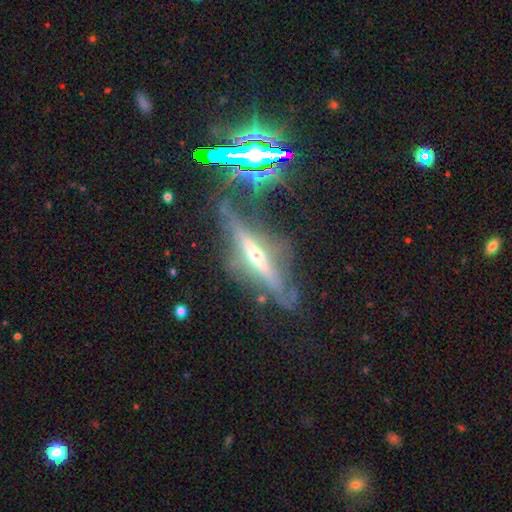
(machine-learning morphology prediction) Q: Smooth or featured?
A: featured or disk (74%); runner-up: star or artifact (13%)
Q: Edge-on disk?
A: yes (88%); runner-up: no (12%)
Q: Edge-on bulge?
A: rounded (80%); runner-up: none (12%)
Q: Merging?
A: none (62%); runner-up: minor disturbance (21%)